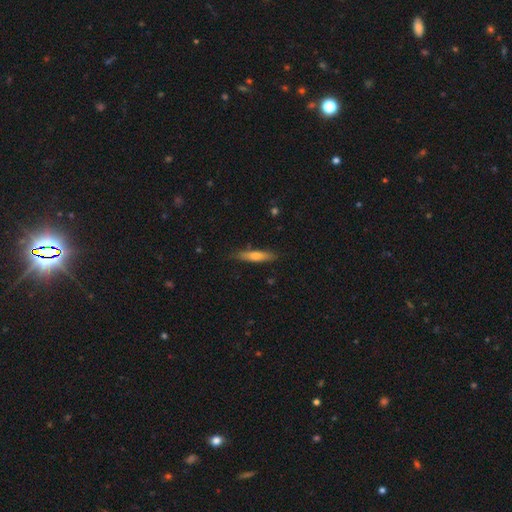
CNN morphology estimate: Smooth or featured?
  - smooth: 70% *
  - featured or disk: 24%
  - star or artifact: 6%
How rounded?
  - cigar-shaped: 83% *
  - in between: 15%
  - round: 2%
Merging?
  - none: 82% *
  - minor disturbance: 14%
  - major disturbance: 2%
  - merger: 2%